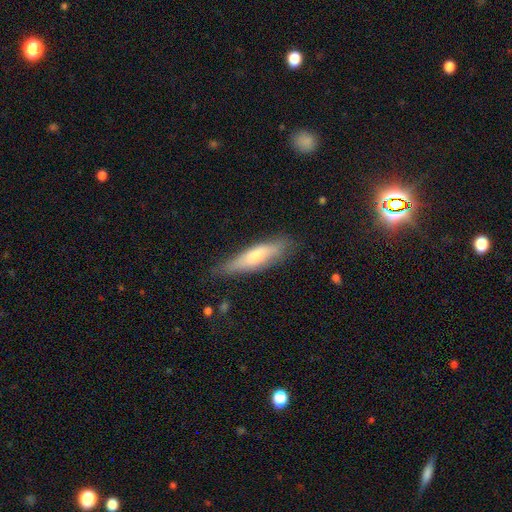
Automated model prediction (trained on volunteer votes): Smooth or featured? Predicted: smooth (p=0.62). How rounded? Predicted: cigar-shaped (p=0.70). Merging? Predicted: none (p=0.75).